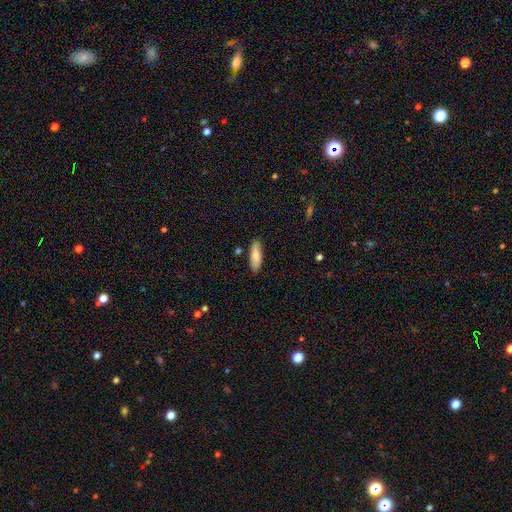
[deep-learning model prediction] Q: Smooth or featured?
A: smooth (81%); runner-up: featured or disk (13%)
Q: How rounded?
A: in between (58%); runner-up: cigar-shaped (40%)
Q: Merging?
A: none (85%); runner-up: minor disturbance (11%)